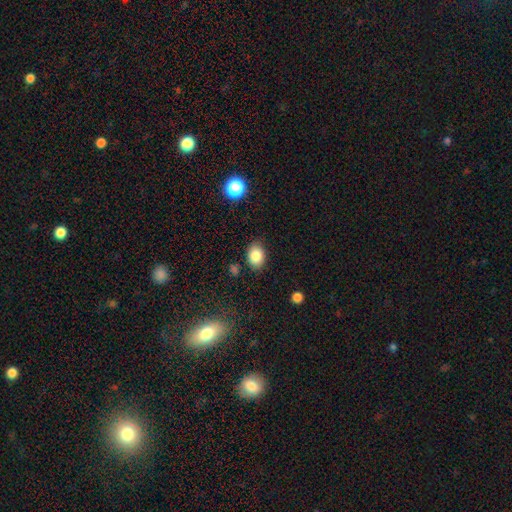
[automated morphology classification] Q: Smooth or featured?
A: smooth (86%); runner-up: star or artifact (9%)
Q: How rounded?
A: in between (74%); runner-up: round (25%)
Q: Merging?
A: none (83%); runner-up: minor disturbance (12%)